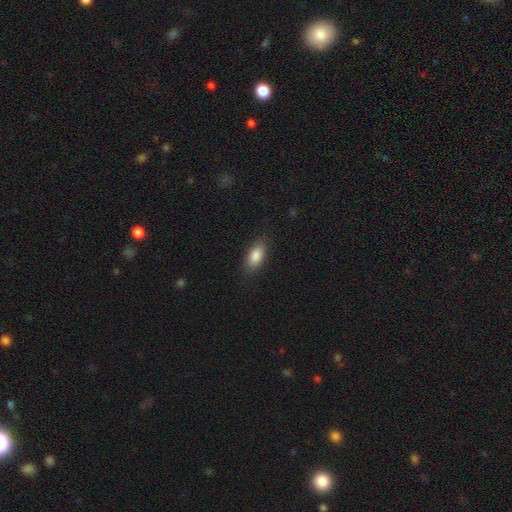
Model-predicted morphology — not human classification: A smooth galaxy with no disk features (87%) that is in between round and cigar-shaped (88%). Merging: none (85%).